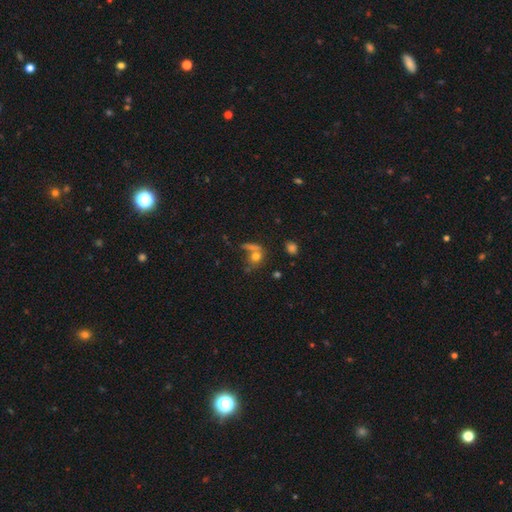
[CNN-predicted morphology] smooth 68%, featured or disk 17%, star or artifact 15%. Down the decision tree: how rounded — round (61%); merging — none (41%).